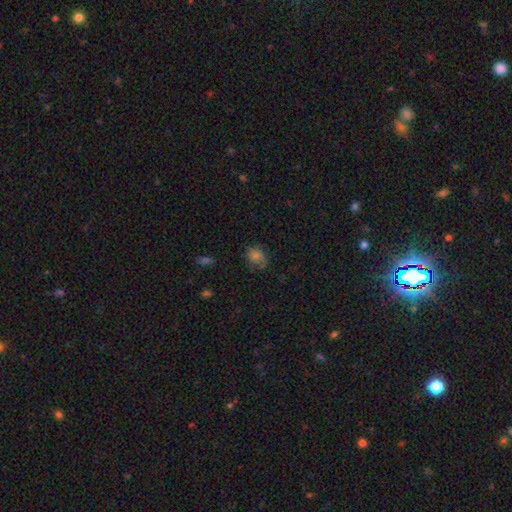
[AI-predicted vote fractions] This is likely a smooth galaxy (75%). How rounded: possibly round (51%). Merging: likely none (61%).